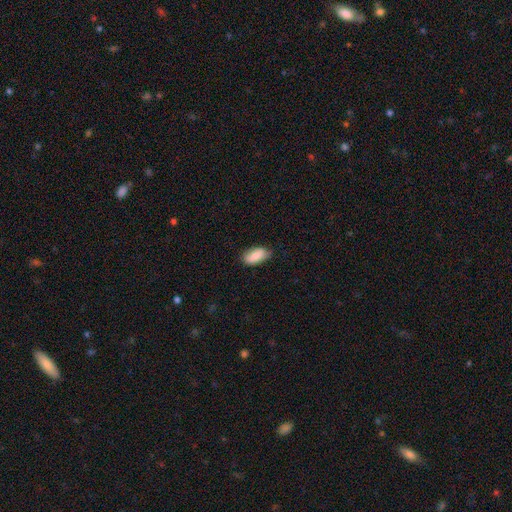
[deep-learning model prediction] A smooth galaxy with no disk features (86%) that is in between round and cigar-shaped (92%). Merging: none (79%).